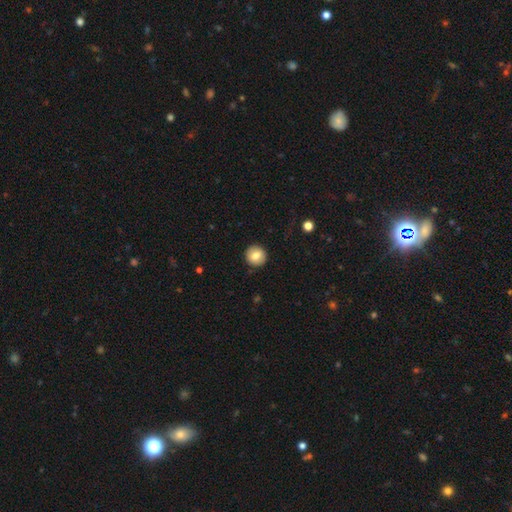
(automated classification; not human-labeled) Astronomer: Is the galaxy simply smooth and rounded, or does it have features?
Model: smooth — 80%.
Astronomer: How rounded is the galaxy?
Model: round — 94%.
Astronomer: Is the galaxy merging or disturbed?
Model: none — 91%.